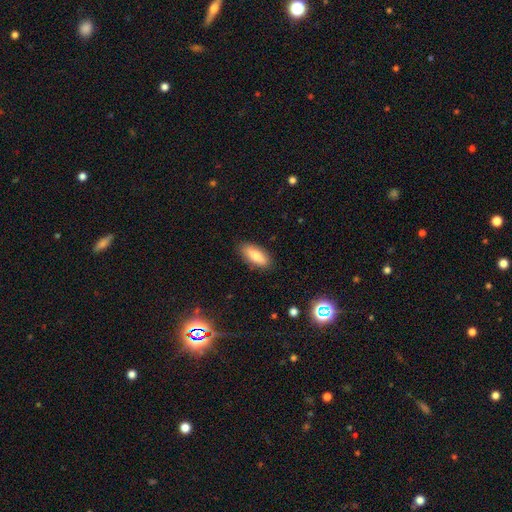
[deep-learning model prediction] smooth-or-featured: smooth: 78% | featured or disk: 15% | star or artifact: 7%
  how-rounded: in between: 81% | cigar-shaped: 17% | round: 2%
  merging: none: 87% | minor disturbance: 10% | major disturbance: 2% | merger: 1%